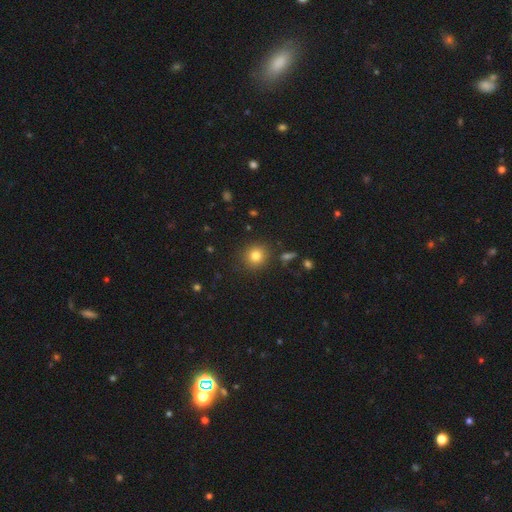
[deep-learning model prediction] This is clearly a smooth galaxy (80%). How rounded: clearly round (88%). Merging: clearly none (88%).